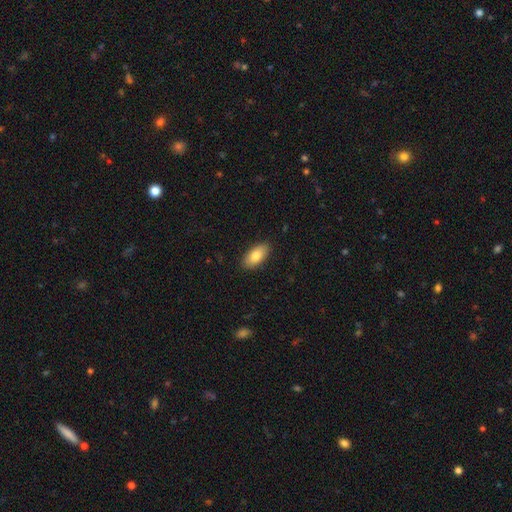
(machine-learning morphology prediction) Overall: smooth (81%). How rounded: in between (90%). Merging: none (88%).